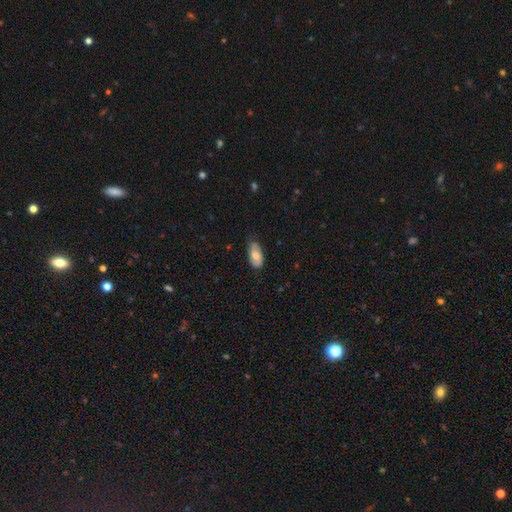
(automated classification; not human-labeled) This is likely a smooth galaxy (62%). How rounded: clearly in between (91%). Merging: likely none (67%).